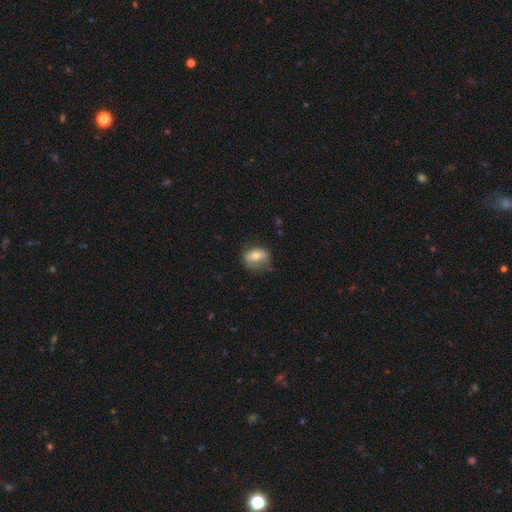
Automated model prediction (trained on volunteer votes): Smooth or featured?
  - smooth: 57% *
  - featured or disk: 35%
  - star or artifact: 8%
How rounded?
  - in between: 67% *
  - round: 31%
  - cigar-shaped: 2%
Merging?
  - none: 56% *
  - minor disturbance: 30%
  - major disturbance: 12%
  - merger: 2%